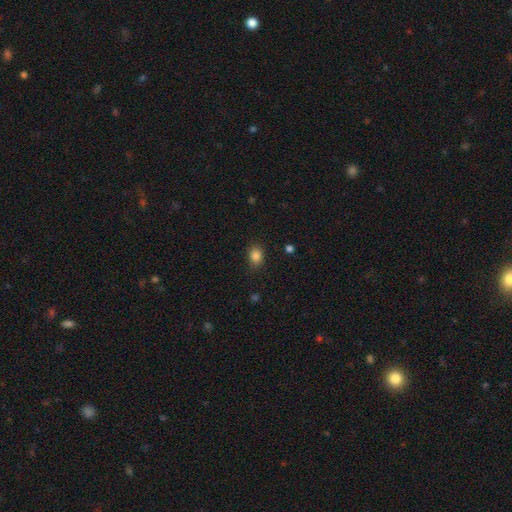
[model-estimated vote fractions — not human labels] This appears to be a smooth galaxy with no disk features (85%) that is in between round and cigar-shaped (57%). Merging: none (82%).